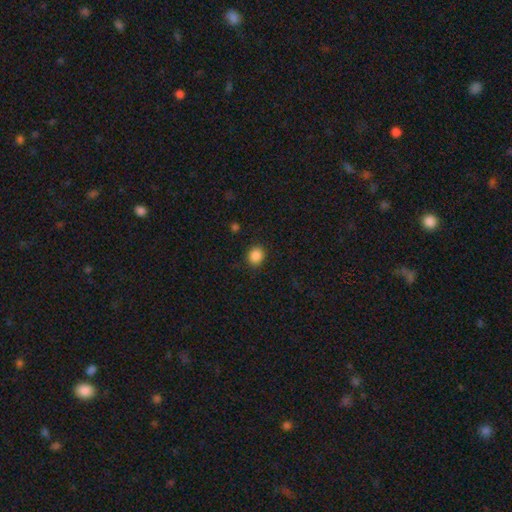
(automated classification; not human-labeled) Smooth or featured: smooth — 87% (star or artifact — 10%)
How rounded: round — 73% (in between — 26%)
Merging: none — 89% (minor disturbance — 7%)